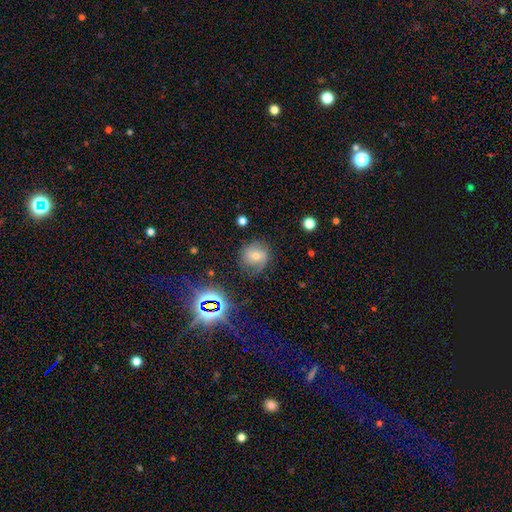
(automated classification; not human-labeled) A smooth galaxy with no disk features (46%). Merging: none (69%).